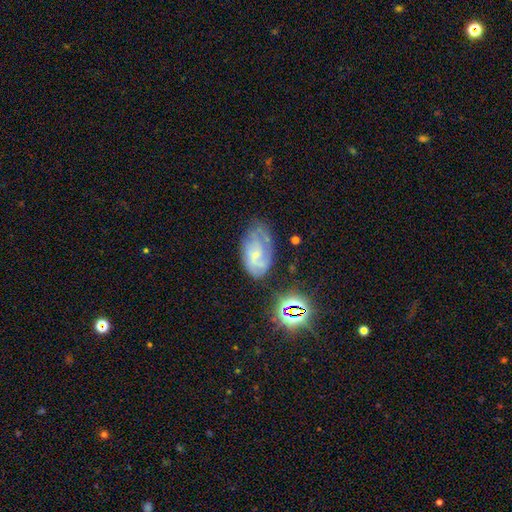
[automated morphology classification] Q: Smooth or featured?
A: featured or disk (63%); runner-up: smooth (26%)
Q: Edge-on disk?
A: no (96%); runner-up: yes (4%)
Q: Bar?
A: no (62%); runner-up: weak (32%)
Q: Spiral arms?
A: yes (83%); runner-up: no (17%)
Q: Bulge size?
A: small (70%); runner-up: moderate (17%)
Q: Merging?
A: none (55%); runner-up: minor disturbance (29%)